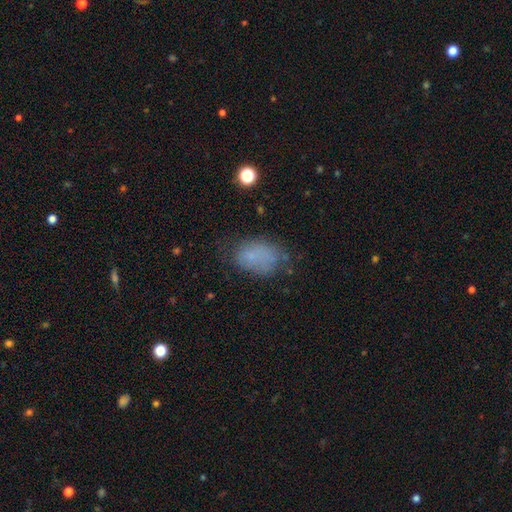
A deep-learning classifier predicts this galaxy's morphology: A smooth galaxy with no disk features (69%) that is in between round and cigar-shaped (85%).

Vote fractions:
- Smooth or featured? smooth: 69% / star or artifact: 16% / featured or disk: 16%
- How rounded? in between: 85% / round: 14% / cigar-shaped: 2%
- Merging? none: 54% / minor disturbance: 28% / major disturbance: 15% / merger: 2%